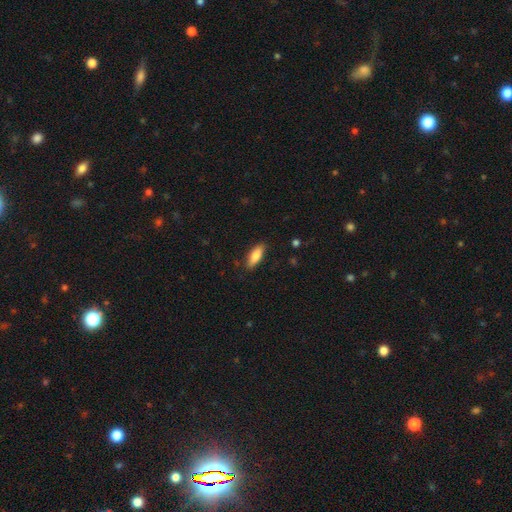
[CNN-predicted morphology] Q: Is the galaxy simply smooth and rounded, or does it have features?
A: smooth — 83%.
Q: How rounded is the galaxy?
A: in between — 70%.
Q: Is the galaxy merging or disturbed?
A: none — 85%.